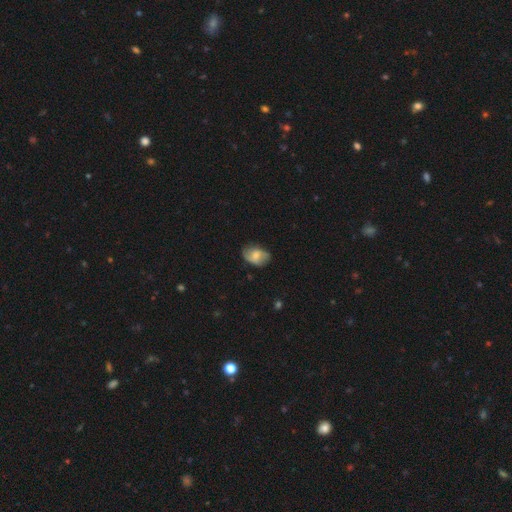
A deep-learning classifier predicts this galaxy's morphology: A smooth galaxy with no disk features (53%) that is in between round and cigar-shaped (79%). Merging: none (66%).